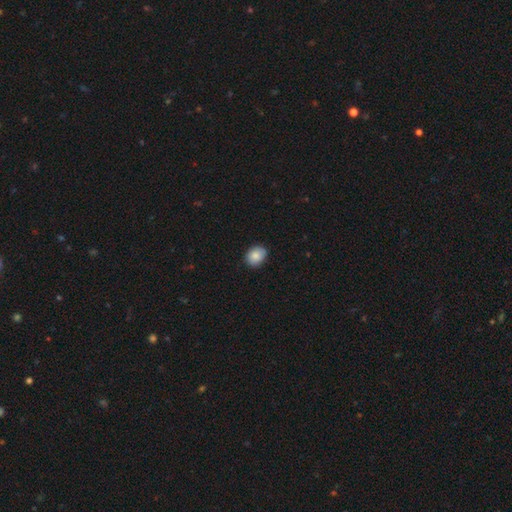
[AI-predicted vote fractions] smooth-or-featured: smooth: 86% | star or artifact: 8% | featured or disk: 7%
  how-rounded: in between: 51% | round: 48% | cigar-shaped: 1%
  merging: none: 84% | minor disturbance: 13% | major disturbance: 2% | merger: 1%